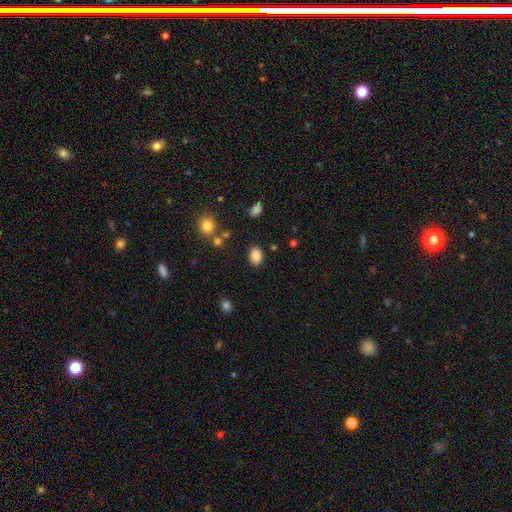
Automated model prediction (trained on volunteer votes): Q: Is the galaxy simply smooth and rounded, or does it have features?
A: smooth — 85%.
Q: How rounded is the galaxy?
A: in between — 74%.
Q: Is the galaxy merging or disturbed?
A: none — 85%.